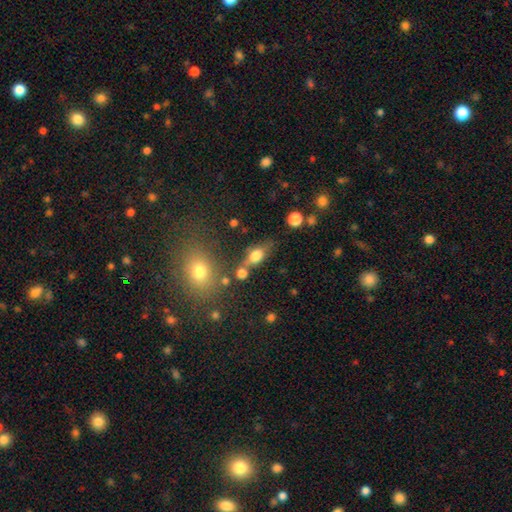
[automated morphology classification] Smooth or featured?
  - smooth: 71% *
  - featured or disk: 17%
  - star or artifact: 11%
How rounded?
  - in between: 72% *
  - round: 18%
  - cigar-shaped: 11%
Merging?
  - none: 57% *
  - merger: 19%
  - minor disturbance: 17%
  - major disturbance: 7%